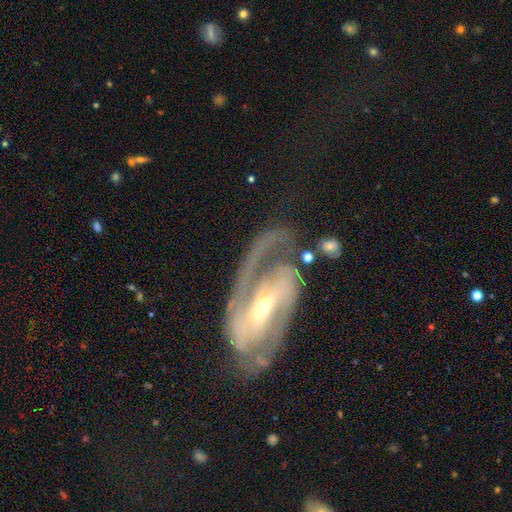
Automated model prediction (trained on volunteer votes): Smooth or featured? featured or disk (89%)
Edge-on disk? no (96%)
Bar? strong (41%)
Spiral arms? yes (97%)
Spiral winding? tight (44%, tied with medium)
Spiral arm count? 2 (82%)
Bulge size? moderate (52%)
Merging? none (63%)